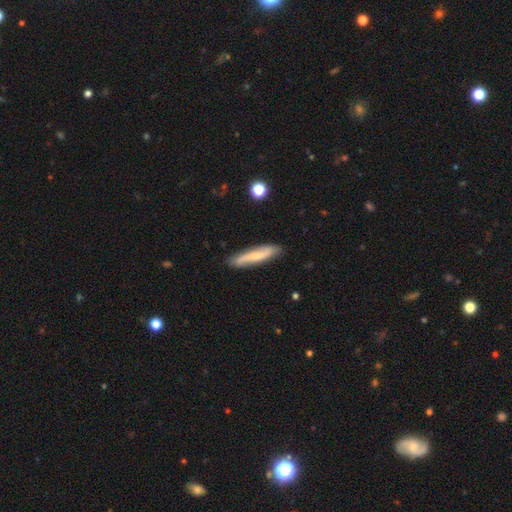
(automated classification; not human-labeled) Q: Smooth or featured?
A: featured or disk (52%); runner-up: smooth (42%)
Q: Edge-on disk?
A: no (57%); runner-up: yes (43%)
Q: Merging?
A: none (87%); runner-up: minor disturbance (10%)